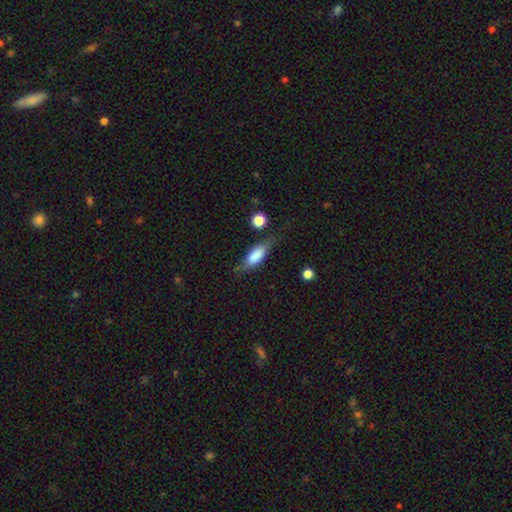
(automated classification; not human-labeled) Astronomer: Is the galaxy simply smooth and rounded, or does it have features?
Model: smooth — 67%.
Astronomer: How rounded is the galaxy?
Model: in between — 63%.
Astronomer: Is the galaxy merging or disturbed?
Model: none — 58%.